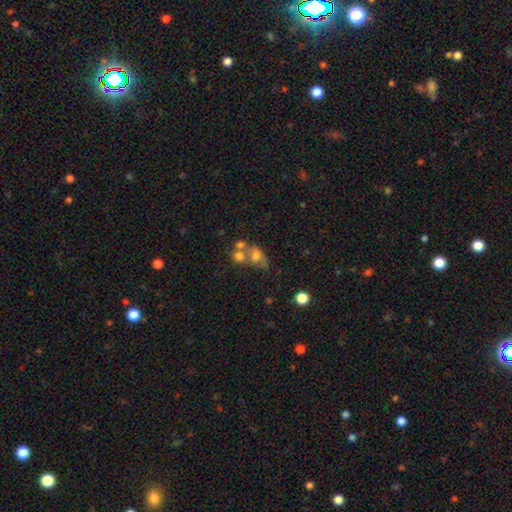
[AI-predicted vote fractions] Smooth or featured?
  - smooth: 60% *
  - featured or disk: 26%
  - star or artifact: 14%
How rounded?
  - in between: 62% *
  - round: 36%
  - cigar-shaped: 2%
Merging?
  - merger: 51% *
  - none: 27%
  - minor disturbance: 12%
  - major disturbance: 10%